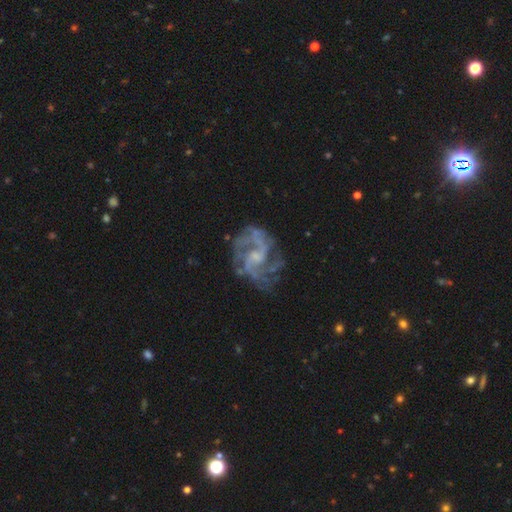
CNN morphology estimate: Q: Smooth or featured?
A: featured or disk (86%); runner-up: star or artifact (7%)
Q: Edge-on disk?
A: no (98%); runner-up: yes (2%)
Q: Bar?
A: no (46%); runner-up: weak (45%)
Q: Spiral arms?
A: yes (94%); runner-up: no (6%)
Q: Spiral winding?
A: medium (50%); runner-up: tight (26%)
Q: Spiral arm count?
A: 2 (32%); runner-up: 3 (25%)
Q: Bulge size?
A: small (47%); runner-up: moderate (28%)
Q: Merging?
A: none (63%); runner-up: minor disturbance (19%)